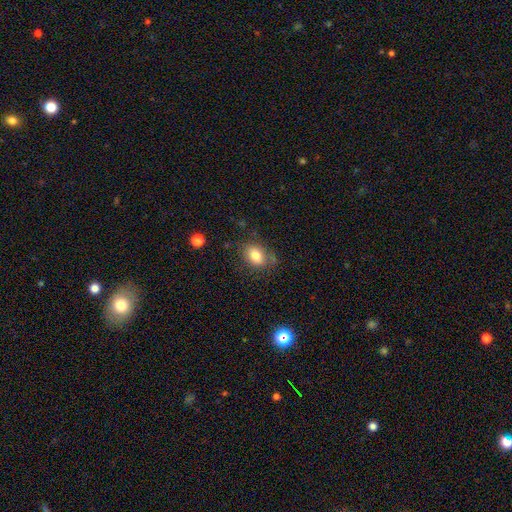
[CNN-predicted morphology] Overall: smooth (80%). How rounded: in between (78%). Merging: none (72%).